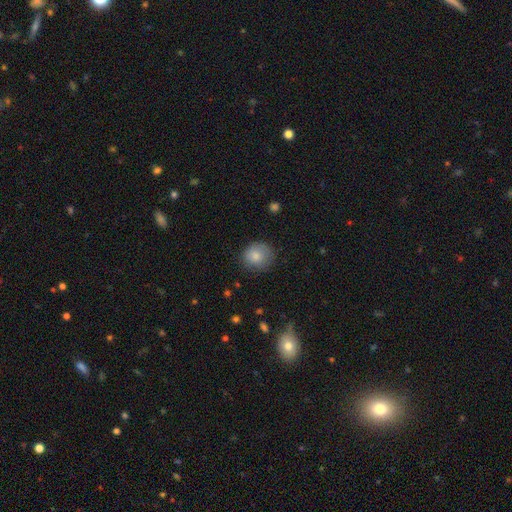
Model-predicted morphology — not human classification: smooth_or_featured: smooth (p=0.84) [alt: star or artifact p=0.08]
how_rounded: round (p=0.83) [alt: in between p=0.16]
merging: none (p=0.76) [alt: minor disturbance p=0.18]